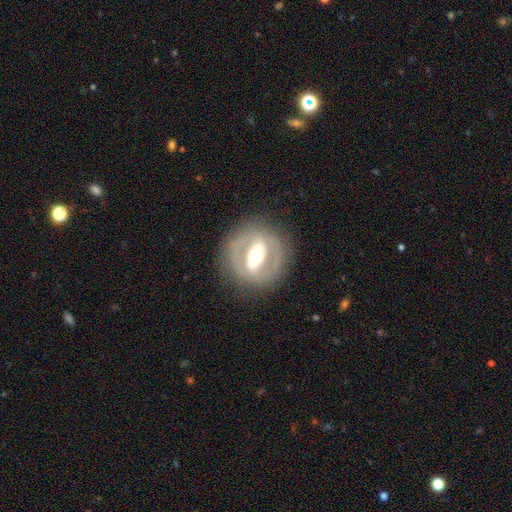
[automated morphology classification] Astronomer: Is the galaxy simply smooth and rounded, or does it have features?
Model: featured or disk — 71%.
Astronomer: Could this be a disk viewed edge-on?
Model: no — 89%.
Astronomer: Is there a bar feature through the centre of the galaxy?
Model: strong — 63%.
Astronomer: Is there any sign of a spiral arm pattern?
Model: no — 73%.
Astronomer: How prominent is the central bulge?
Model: moderate — 68%.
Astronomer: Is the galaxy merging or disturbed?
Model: none — 83%.